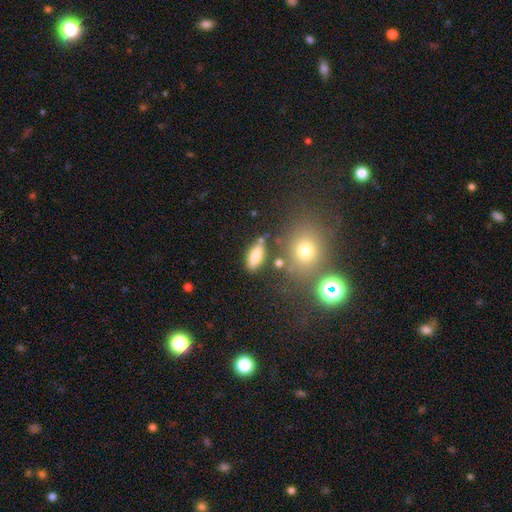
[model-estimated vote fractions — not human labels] Smooth or featured? smooth (76%)
How rounded? in between (77%)
Merging? none (73%)